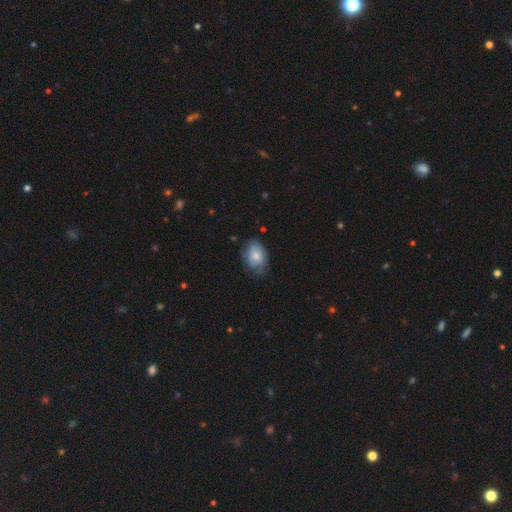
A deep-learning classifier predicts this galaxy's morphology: A smooth galaxy with no disk features (72%) that is in between round and cigar-shaped (83%). Merging: none (64%).